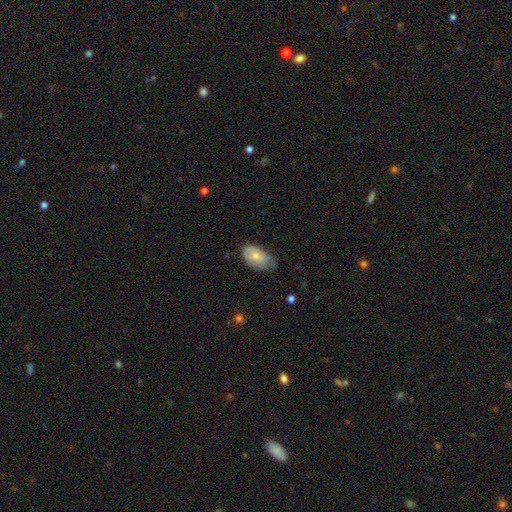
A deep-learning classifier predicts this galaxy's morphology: Smooth or featured? smooth (72%)
How rounded? in between (92%)
Merging? minor disturbance (44%)